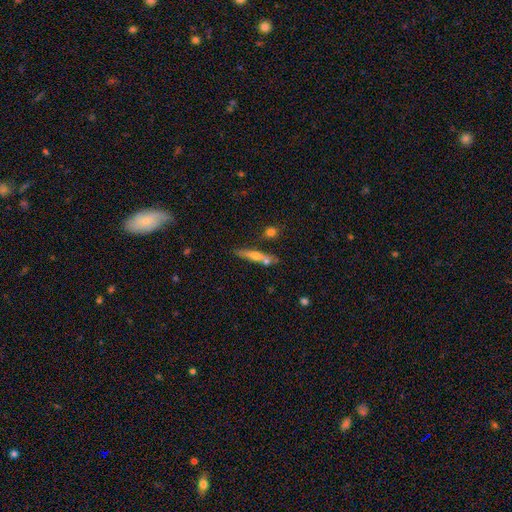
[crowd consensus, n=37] smooth_or_featured: smooth (p=0.65) [alt: featured or disk p=0.27]
how_rounded: cigar-shaped (p=0.83) [alt: in between p=0.12]
merging: none (p=0.62) [alt: merger p=0.21]